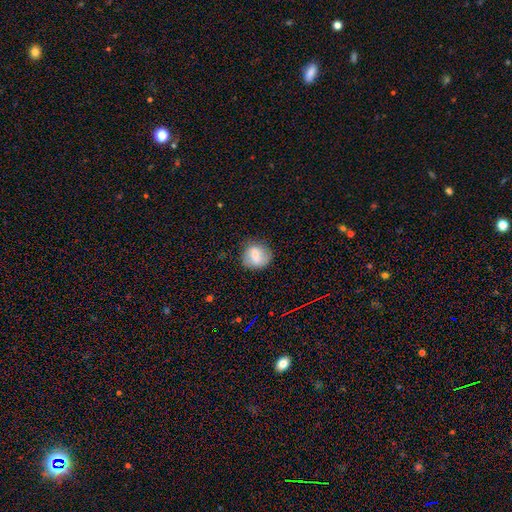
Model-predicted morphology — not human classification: This appears to be a smooth galaxy with no disk features (70%) that is round (76%). Merging: none (75%).